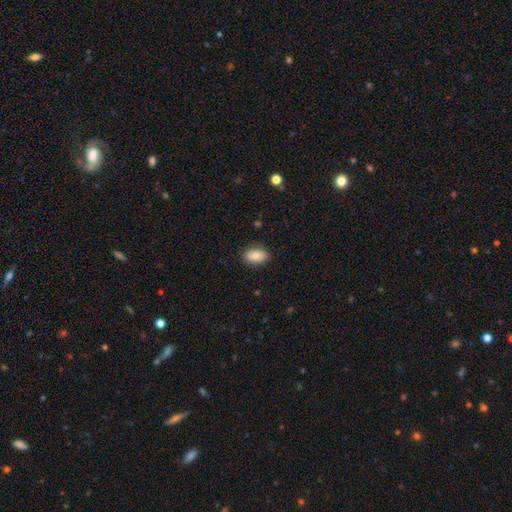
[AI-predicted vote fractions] smooth 82%, featured or disk 11%, star or artifact 8%. Down the decision tree: how rounded — in between (88%); merging — none (85%).